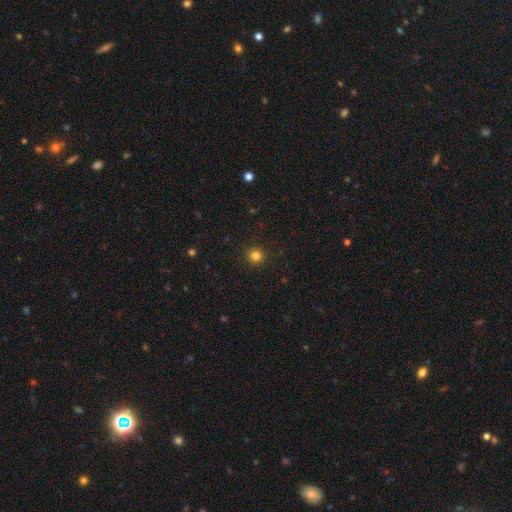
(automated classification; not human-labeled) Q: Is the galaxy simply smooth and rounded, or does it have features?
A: smooth — 82%.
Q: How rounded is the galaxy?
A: round — 94%.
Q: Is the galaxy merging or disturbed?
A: none — 92%.